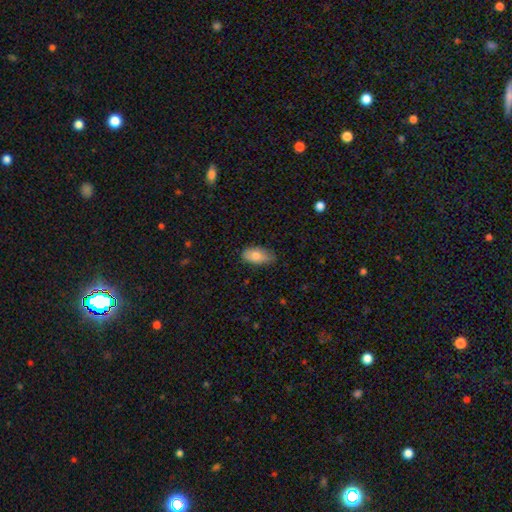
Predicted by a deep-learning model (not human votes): Smooth or featured? Predicted: smooth (p=0.81). How rounded? Predicted: in between (p=0.91). Merging? Predicted: none (p=0.73).